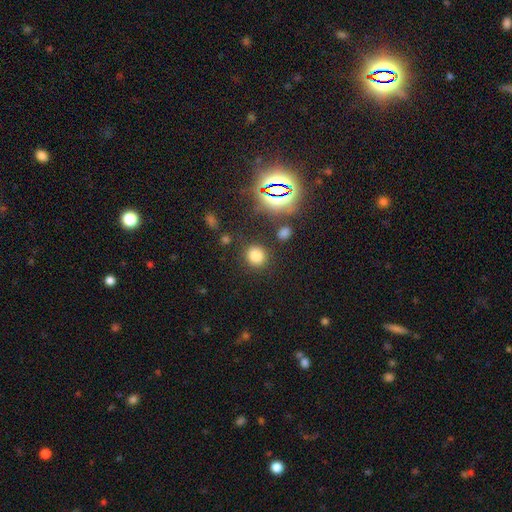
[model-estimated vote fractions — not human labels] Smooth or featured?
  - smooth: 74% *
  - star or artifact: 20%
  - featured or disk: 6%
How rounded?
  - round: 85% *
  - in between: 14%
  - cigar-shaped: 1%
Merging?
  - none: 84% *
  - minor disturbance: 9%
  - merger: 4%
  - major disturbance: 4%